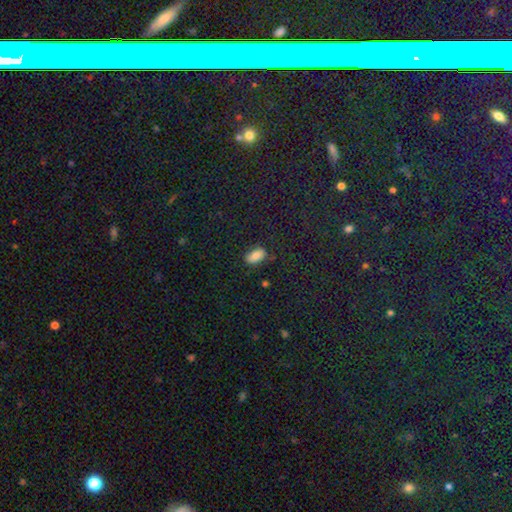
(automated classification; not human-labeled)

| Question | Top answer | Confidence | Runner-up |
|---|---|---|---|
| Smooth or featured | smooth | 79% | star or artifact (12%) |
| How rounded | in between | 92% | round (4%) |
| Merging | none | 79% | minor disturbance (15%) |